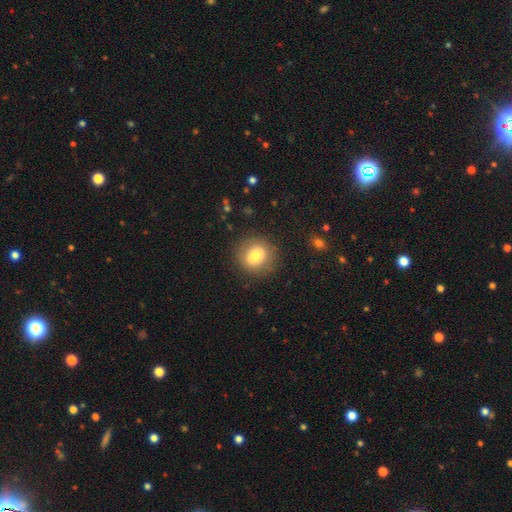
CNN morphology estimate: A smooth galaxy with no disk features (74%) that is round (86%).

Vote fractions:
- Smooth or featured? smooth: 74% / featured or disk: 16% / star or artifact: 10%
- How rounded? round: 86% / in between: 13% / cigar-shaped: 1%
- Merging? none: 85% / minor disturbance: 10% / major disturbance: 4% / merger: 1%